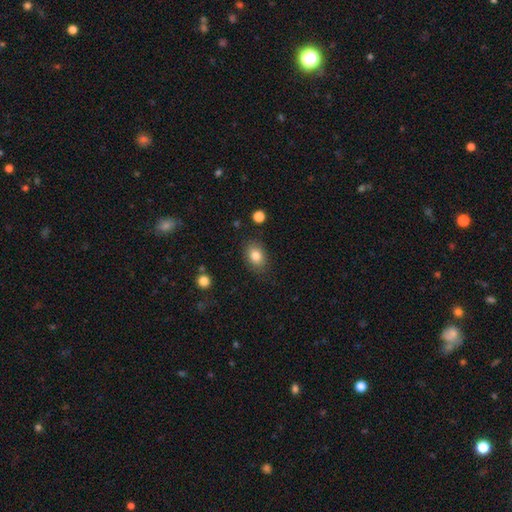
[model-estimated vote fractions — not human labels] Q: Smooth or featured?
A: smooth (83%); runner-up: star or artifact (9%)
Q: How rounded?
A: in between (72%); runner-up: round (27%)
Q: Merging?
A: none (83%); runner-up: minor disturbance (12%)